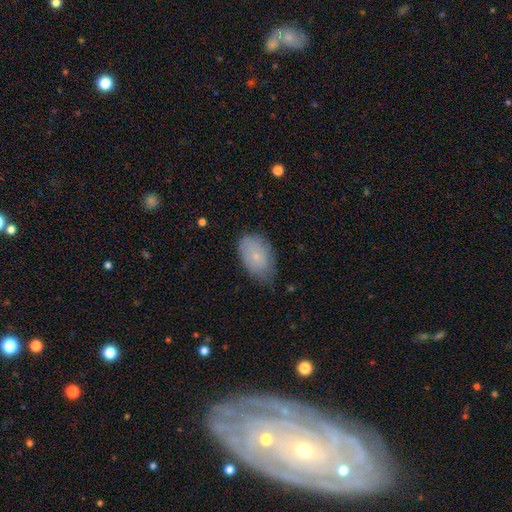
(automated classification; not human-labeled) Smooth or featured? Predicted: smooth (p=0.71). How rounded? Predicted: in between (p=0.90). Merging? Predicted: none (p=0.58).